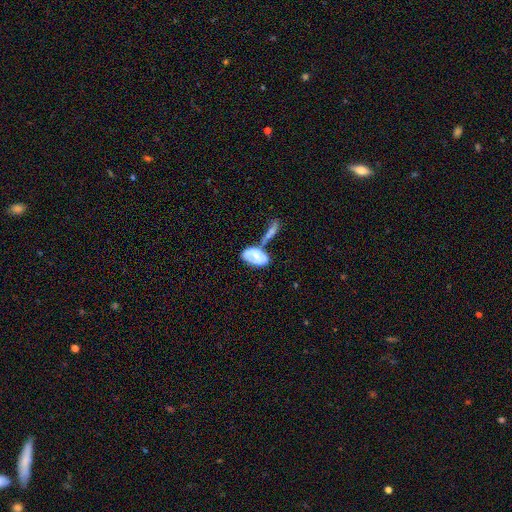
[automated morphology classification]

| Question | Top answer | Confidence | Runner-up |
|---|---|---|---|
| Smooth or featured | smooth | 58% | featured or disk (35%) |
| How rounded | in between | 93% | round (4%) |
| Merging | merger | 40% | none (34%) |